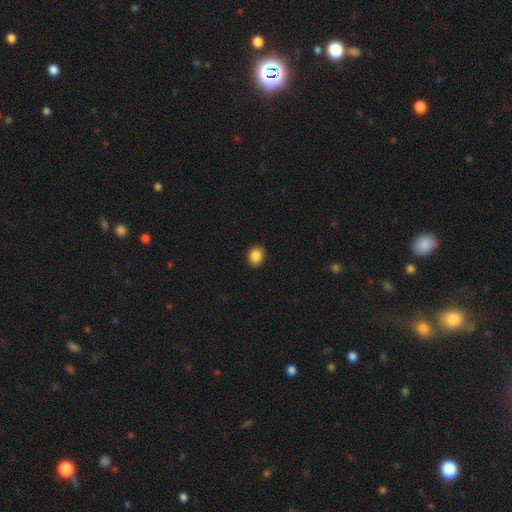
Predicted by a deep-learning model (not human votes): Q: Smooth or featured?
A: smooth (87%); runner-up: star or artifact (9%)
Q: How rounded?
A: round (61%); runner-up: in between (38%)
Q: Merging?
A: none (90%); runner-up: minor disturbance (7%)